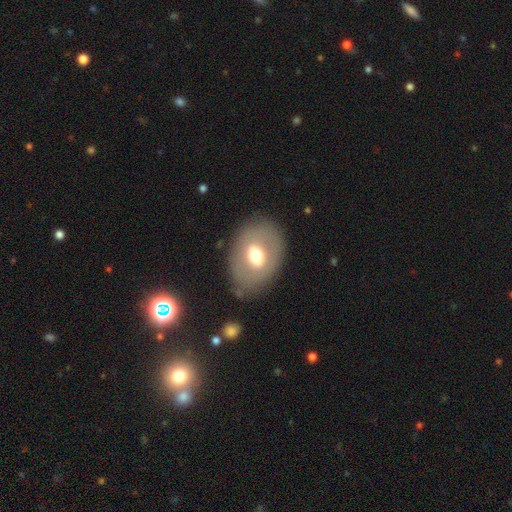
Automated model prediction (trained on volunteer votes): Morphology: type=smooth (54%); roundness=in between (74%); merging=none (79%).